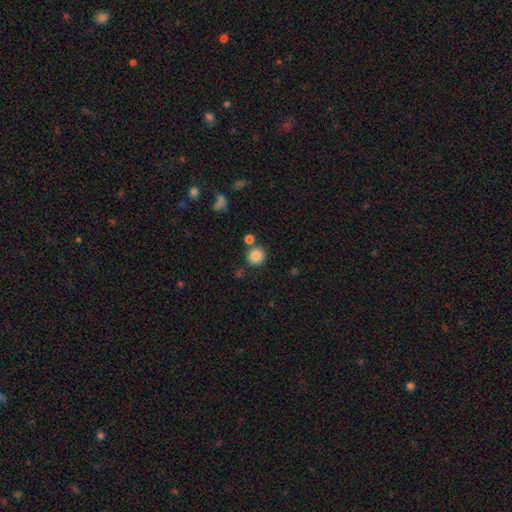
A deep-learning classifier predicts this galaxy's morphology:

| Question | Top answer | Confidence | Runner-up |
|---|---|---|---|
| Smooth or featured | smooth | 86% | star or artifact (10%) |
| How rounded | round | 92% | in between (7%) |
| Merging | none | 78% | merger (11%) |